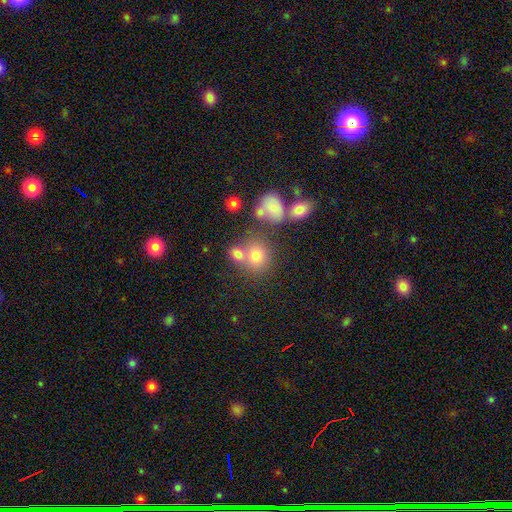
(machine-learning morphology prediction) Overall: smooth (73%). How rounded: round (72%). Merging: none (50%; merger 34%).